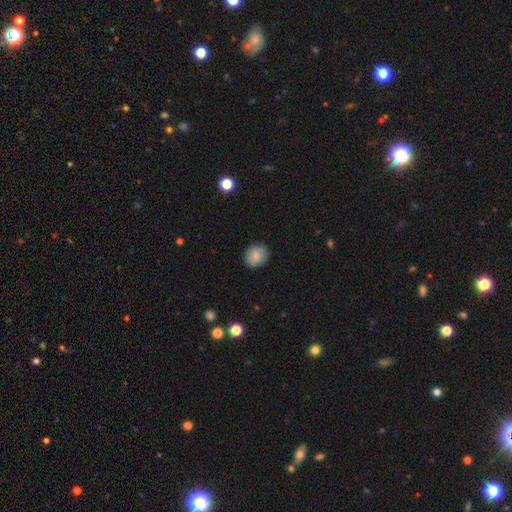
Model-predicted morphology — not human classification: Q: Smooth or featured?
A: smooth (86%); runner-up: star or artifact (8%)
Q: How rounded?
A: round (67%); runner-up: in between (32%)
Q: Merging?
A: none (88%); runner-up: minor disturbance (9%)